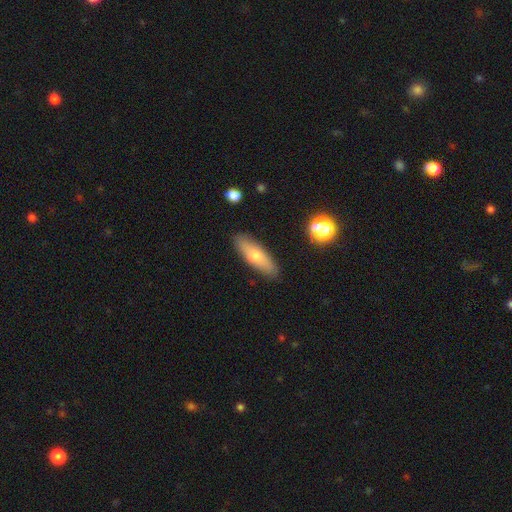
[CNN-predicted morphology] Overall: smooth (68%). How rounded: cigar-shaped (53%; in between 45%). Merging: none (87%).